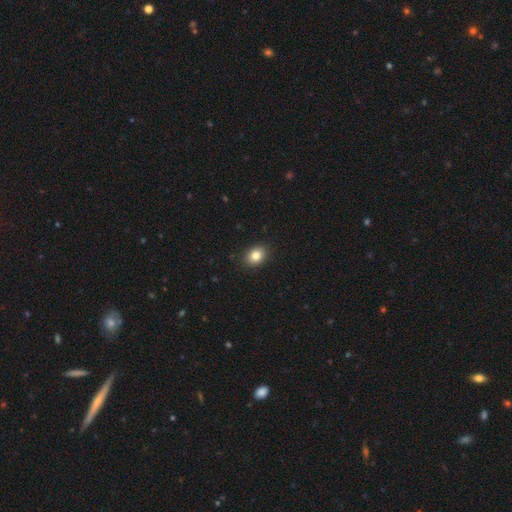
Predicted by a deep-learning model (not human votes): The model was most divided on "how rounded": in between: 58%, round: 41%, cigar-shaped: 1%. More confident: merging — none (90%); smooth or featured — smooth (83%).